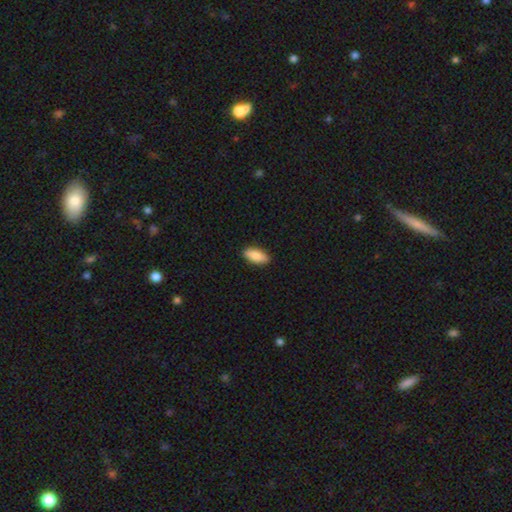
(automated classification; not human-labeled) Q: Smooth or featured?
A: smooth (88%); runner-up: featured or disk (6%)
Q: How rounded?
A: in between (85%); runner-up: cigar-shaped (13%)
Q: Merging?
A: none (89%); runner-up: minor disturbance (8%)